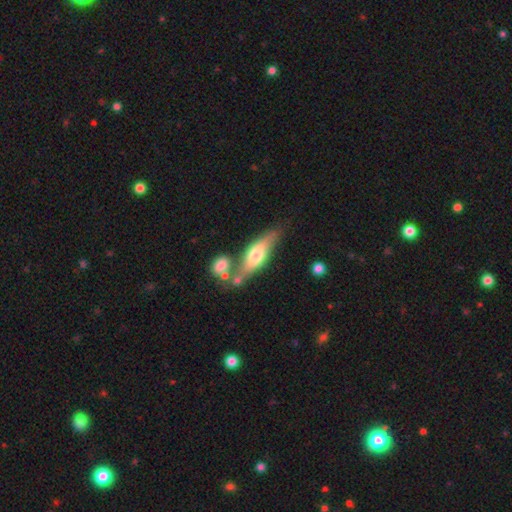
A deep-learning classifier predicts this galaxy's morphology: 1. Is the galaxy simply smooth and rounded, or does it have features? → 50% featured or disk, 44% smooth, 6% star or artifact.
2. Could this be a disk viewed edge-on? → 73% yes, 27% no.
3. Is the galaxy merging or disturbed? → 58% none, 18% merger, 18% minor disturbance, 6% major disturbance.